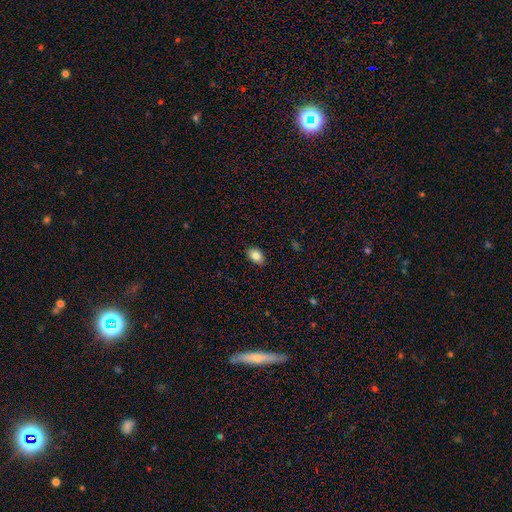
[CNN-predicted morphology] The model was most divided on "how rounded": in between: 85%, round: 13%, cigar-shaped: 1%. More confident: merging — none (87%); smooth or featured — smooth (85%).